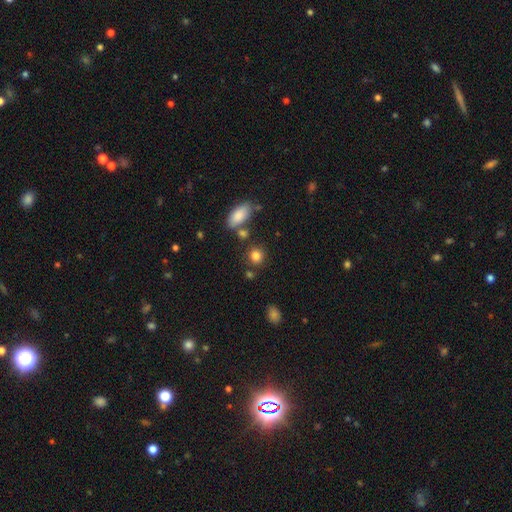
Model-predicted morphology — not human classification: This appears to be a smooth galaxy with no disk features (83%) that is round (76%). Merging: none (74%).